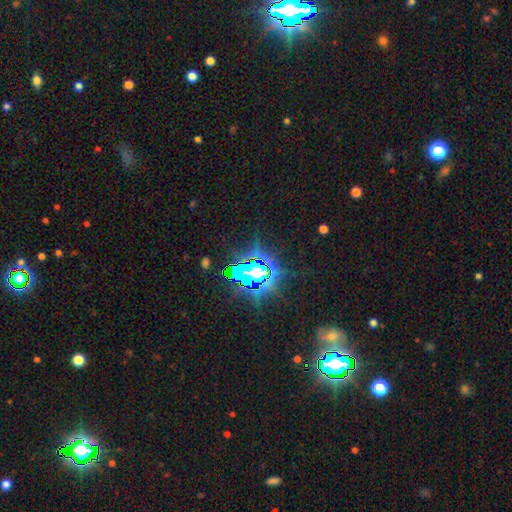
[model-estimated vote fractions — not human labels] This appears to be a star or artifact, not a galaxy (82%).